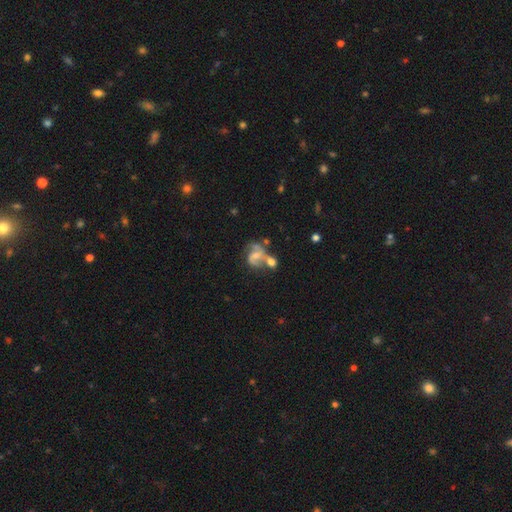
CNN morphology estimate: smooth-or-featured: featured or disk: 76% | smooth: 16% | star or artifact: 9%
  disk-edge-on: no: 98% | yes: 2%
    bar: weak: 44% | no: 39% | strong: 18%
    has-spiral-arms: yes: 90% | no: 10%
      spiral-winding: medium: 51% | loose: 34% | tight: 15%
      spiral-arm-count: 2: 82% | can't tell: 6% | 1: 6% | 3: 3% | 4: 1% | more than 4: 1%
    bulge-size: small: 46% | moderate: 40% | none: 10% | large: 3% | dominant: 1%
  merging: merger: 39% | none: 31% | minor disturbance: 16% | major disturbance: 14%